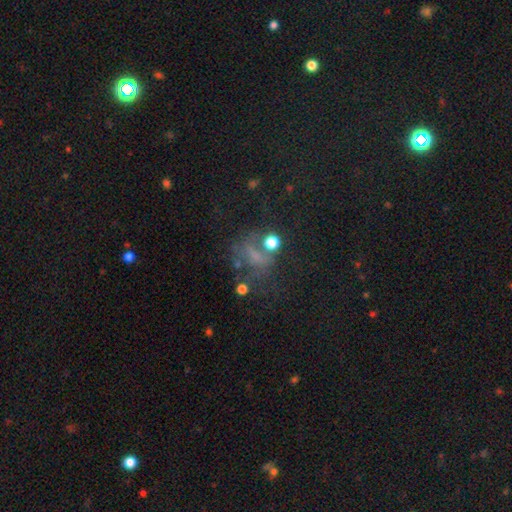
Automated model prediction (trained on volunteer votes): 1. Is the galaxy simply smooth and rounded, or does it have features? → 37% smooth (tied), 37% star or artifact (tied), 26% featured or disk.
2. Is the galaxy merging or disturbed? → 43% none, 27% major disturbance, 19% minor disturbance, 10% merger.